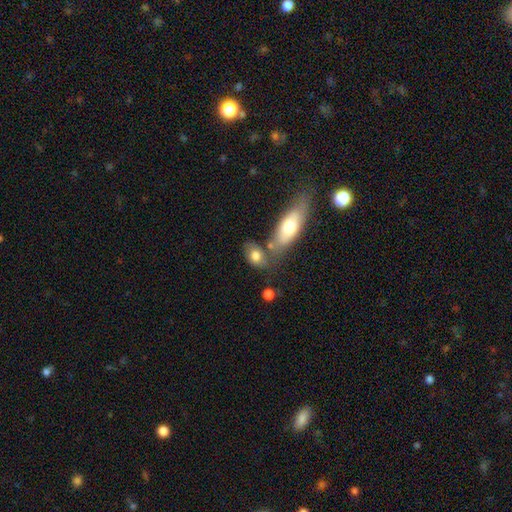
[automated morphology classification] A smooth galaxy with no disk features (78%) that is in between round and cigar-shaped (81%). Merging: none (51%).